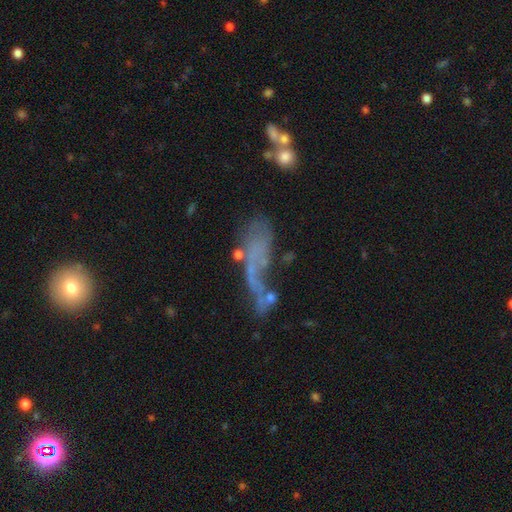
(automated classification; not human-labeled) Smooth or featured? featured or disk (48%)
Merging? major disturbance (39%)